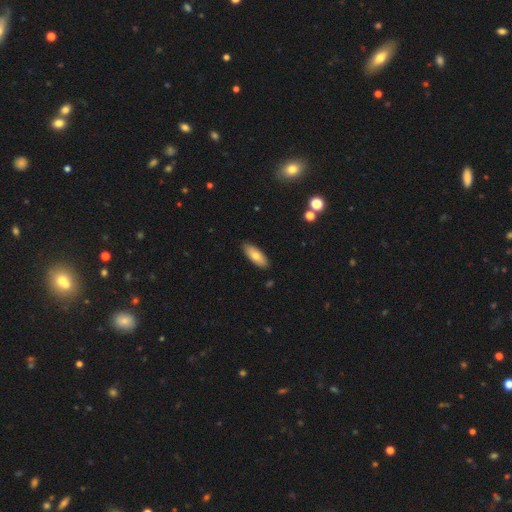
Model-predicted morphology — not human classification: This appears to be a smooth galaxy with no disk features (75%) that is in between round and cigar-shaped (74%). Merging: none (88%).